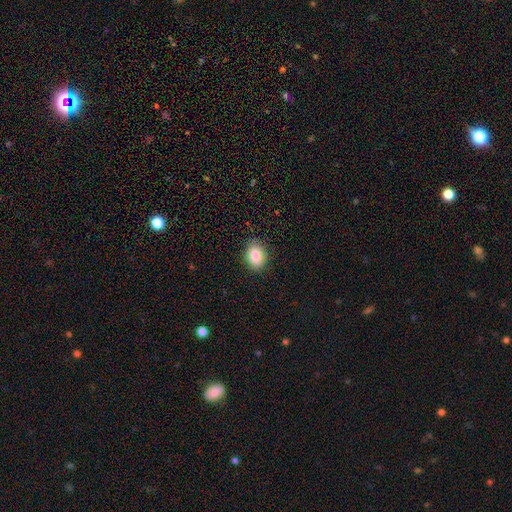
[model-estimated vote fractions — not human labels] Morphology: type=smooth (86%); roundness=in between (68%); merging=none (87%).